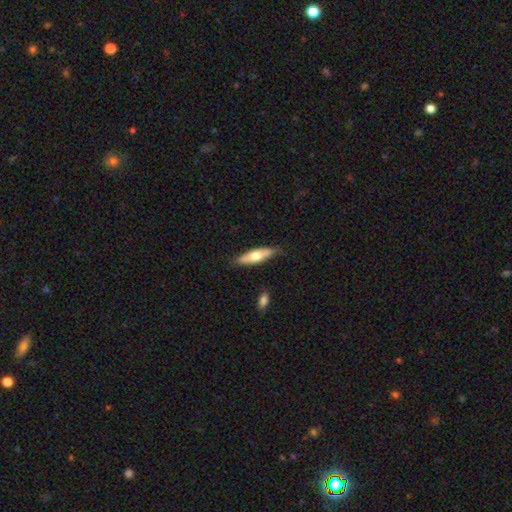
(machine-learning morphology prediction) Overall: smooth (58%; featured or disk 36%). How rounded: cigar-shaped (57%; in between 41%). Merging: none (81%).